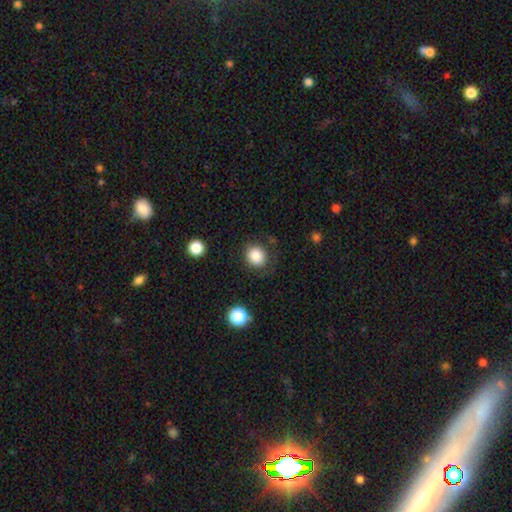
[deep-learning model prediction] smooth-or-featured: smooth: 85% | star or artifact: 10% | featured or disk: 5%
  how-rounded: round: 81% | in between: 18% | cigar-shaped: 1%
  merging: none: 82% | minor disturbance: 12% | major disturbance: 5% | merger: 2%